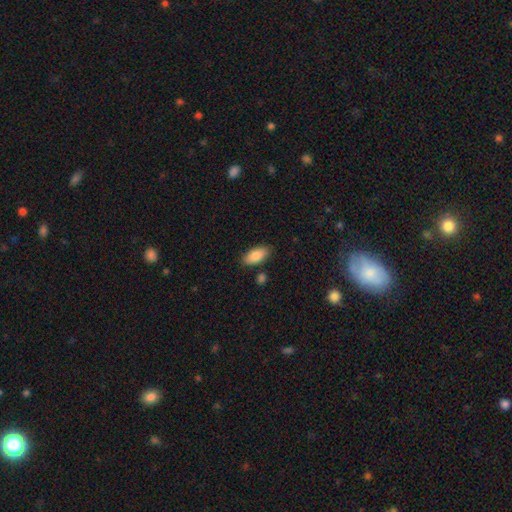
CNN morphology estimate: This appears to be a smooth galaxy with no disk features (86%) that is in between round and cigar-shaped (90%). Merging: none (84%).